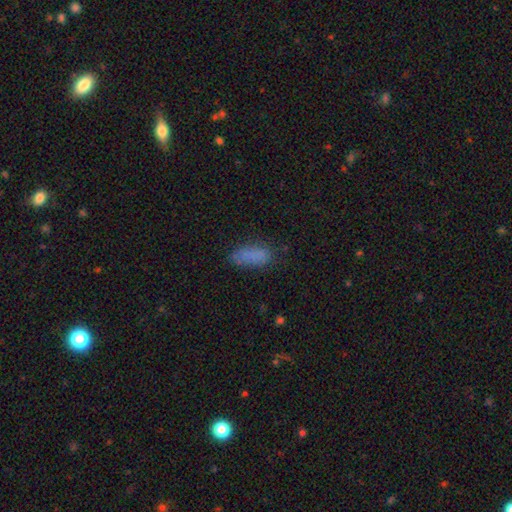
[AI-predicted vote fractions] Q: Smooth or featured?
A: smooth (77%); runner-up: star or artifact (12%)
Q: How rounded?
A: in between (80%); runner-up: cigar-shaped (17%)
Q: Merging?
A: none (62%); runner-up: minor disturbance (24%)